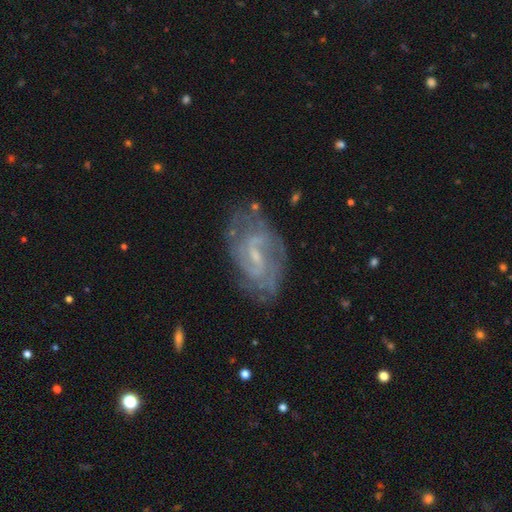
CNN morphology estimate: Smooth or featured? Predicted: featured or disk (p=0.81). Edge-on disk? Predicted: no (p=0.96). Bar? Predicted: weak (p=0.58). Spiral arms? Predicted: yes (p=0.91). Spiral winding? Predicted: medium (p=0.43). Spiral arm count? Predicted: 2 (p=0.45). Bulge size? Predicted: small (p=0.64). Merging? Predicted: none (p=0.73).